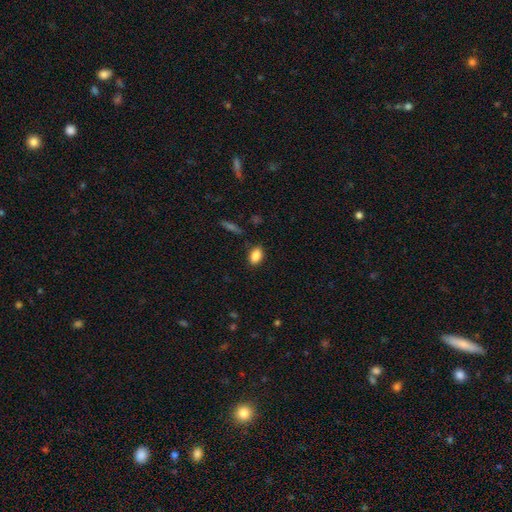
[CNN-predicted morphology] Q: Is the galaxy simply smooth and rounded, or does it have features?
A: smooth — 87%.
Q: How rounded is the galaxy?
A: in between — 88%.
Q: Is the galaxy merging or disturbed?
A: none — 84%.